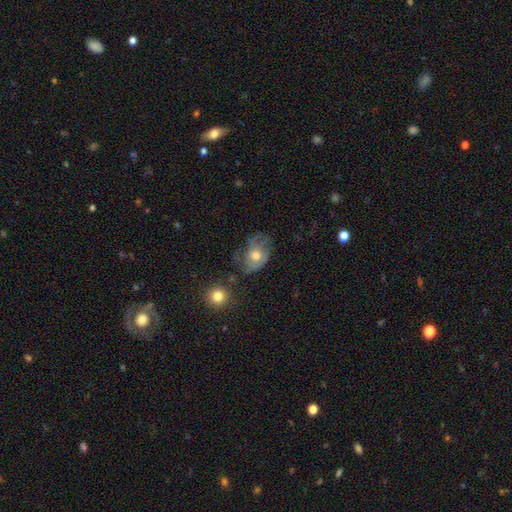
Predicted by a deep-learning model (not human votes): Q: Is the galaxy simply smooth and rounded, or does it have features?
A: featured or disk — 48%.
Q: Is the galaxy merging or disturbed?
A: none — 45%.